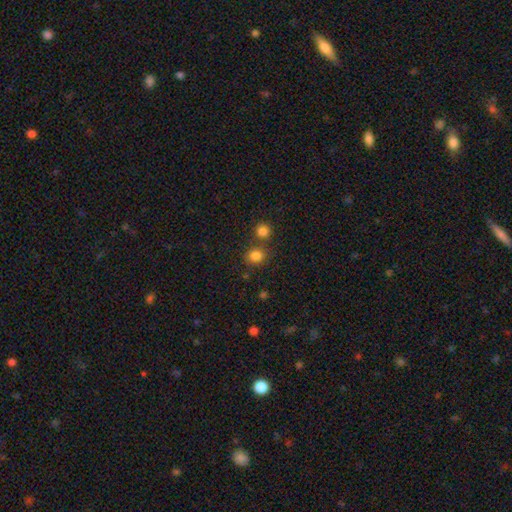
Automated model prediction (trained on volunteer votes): Smooth or featured?
  - smooth: 82% *
  - star or artifact: 13%
  - featured or disk: 5%
How rounded?
  - round: 76% *
  - in between: 23%
  - cigar-shaped: 1%
Merging?
  - none: 70% *
  - merger: 18%
  - minor disturbance: 9%
  - major disturbance: 3%